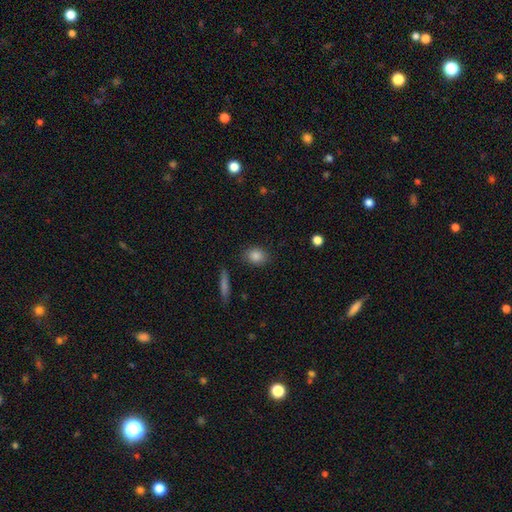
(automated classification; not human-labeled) smooth-or-featured: smooth: 85% | star or artifact: 9% | featured or disk: 6%
  how-rounded: in between: 51% | round: 46% | cigar-shaped: 3%
  merging: none: 86% | minor disturbance: 9% | major disturbance: 3% | merger: 2%